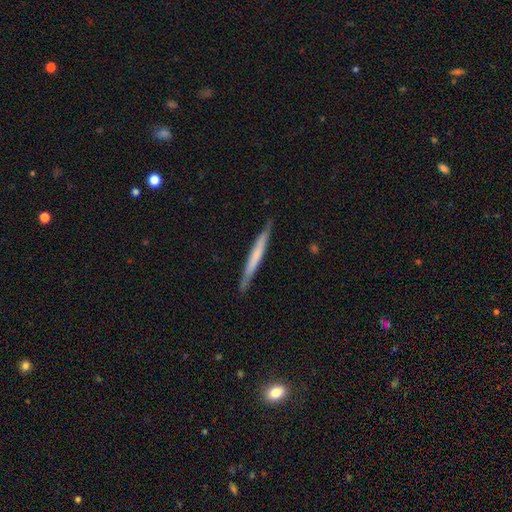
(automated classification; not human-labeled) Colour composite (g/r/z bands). It shows a smooth galaxy with no disk features (49%). Merging: none (89%).